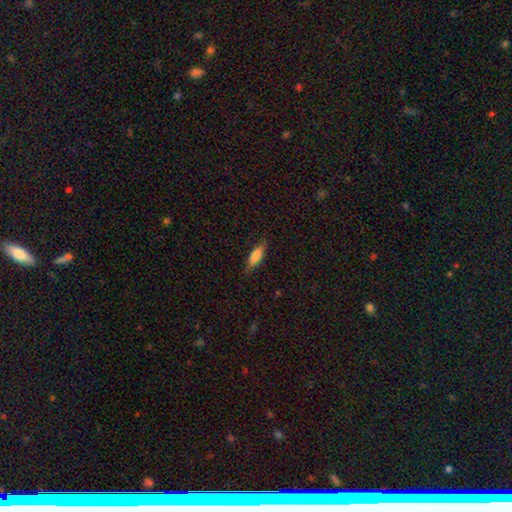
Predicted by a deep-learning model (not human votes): smooth_or_featured: smooth (p=0.76) [alt: featured or disk p=0.18]
how_rounded: in between (p=0.61) [alt: cigar-shaped p=0.37]
merging: none (p=0.78) [alt: minor disturbance p=0.17]